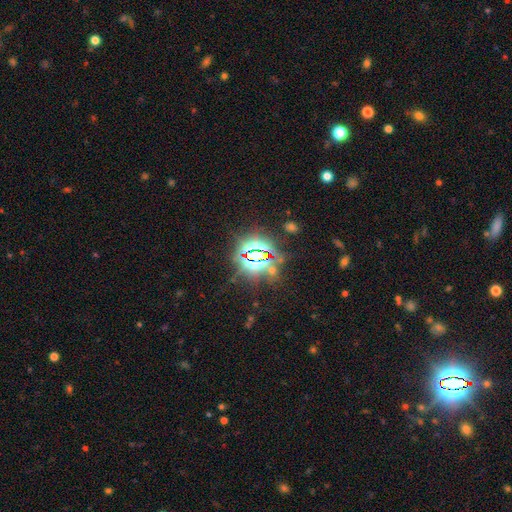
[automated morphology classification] Q: Smooth or featured?
A: star or artifact (82%); runner-up: smooth (10%)